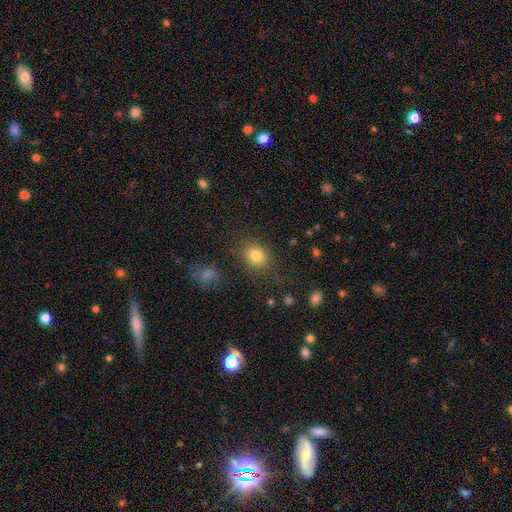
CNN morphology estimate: smooth_or_featured: smooth (p=0.82) [alt: star or artifact p=0.12]
how_rounded: round (p=0.63) [alt: in between p=0.36]
merging: none (p=0.78) [alt: minor disturbance p=0.13]